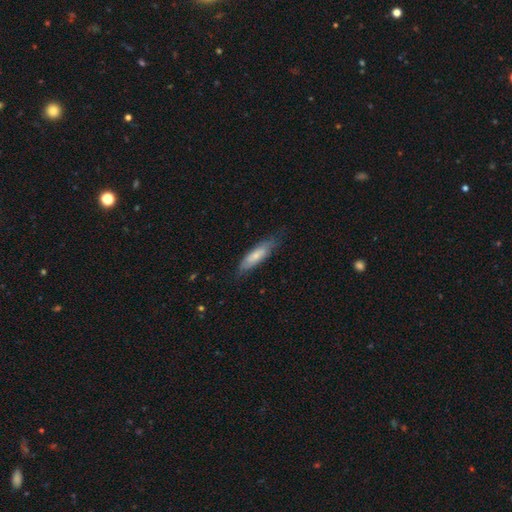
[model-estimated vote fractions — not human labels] smooth-or-featured: smooth: 66% | featured or disk: 28% | star or artifact: 6%
  how-rounded: cigar-shaped: 55% | in between: 43% | round: 2%
  merging: none: 67% | minor disturbance: 25% | major disturbance: 6% | merger: 1%